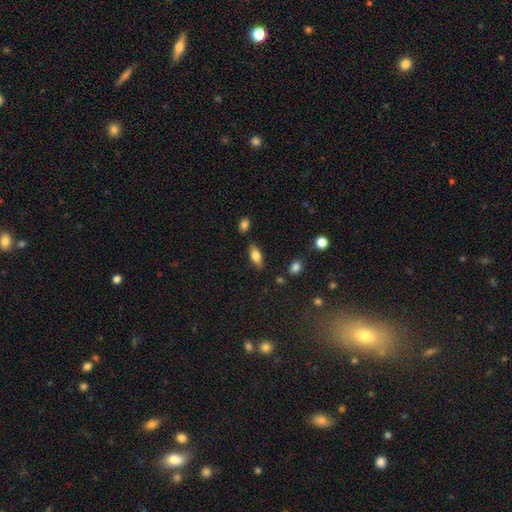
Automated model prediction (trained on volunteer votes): This appears to be a smooth galaxy with no disk features (66%) that is in between round and cigar-shaped (78%). Merging: none (81%).